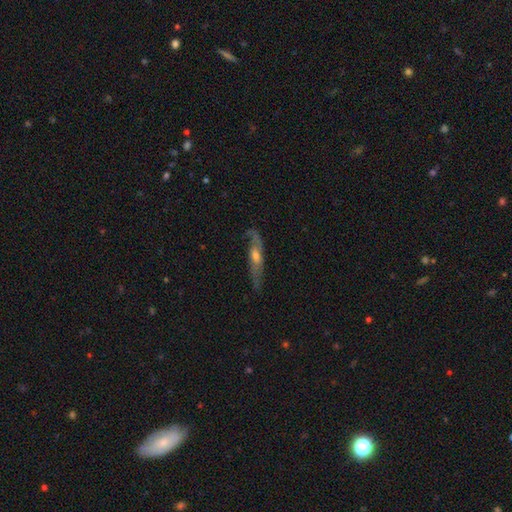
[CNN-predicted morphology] Smooth or featured? featured or disk (69%)
Edge-on disk? no (52%)
Merging? none (66%)